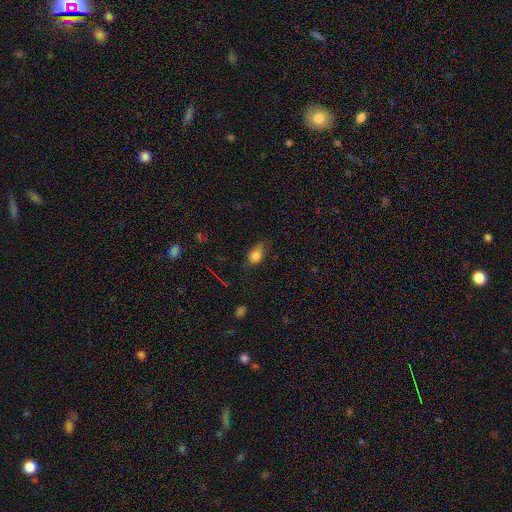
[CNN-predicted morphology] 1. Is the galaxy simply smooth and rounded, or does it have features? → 77% smooth, 12% star or artifact, 11% featured or disk.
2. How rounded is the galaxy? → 70% in between, 25% round, 5% cigar-shaped.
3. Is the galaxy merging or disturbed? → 47% none, 36% minor disturbance, 15% major disturbance, 2% merger.